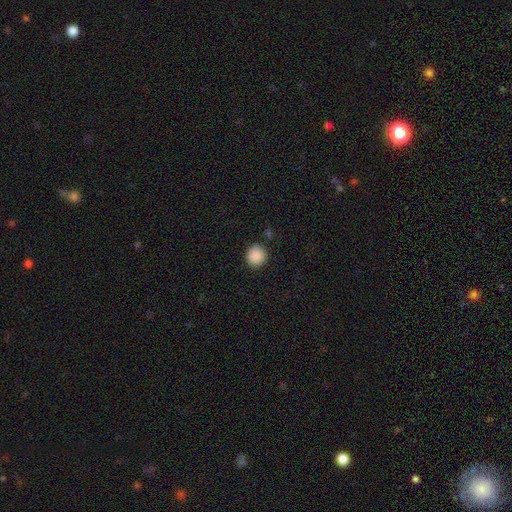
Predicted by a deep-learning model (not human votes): Smooth or featured? smooth (89%)
How rounded? round (93%)
Merging? none (89%)